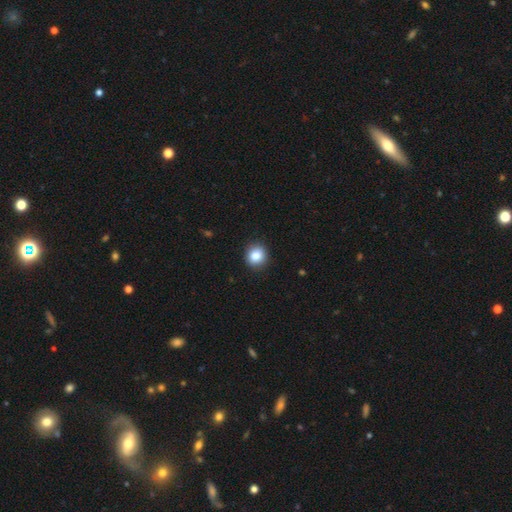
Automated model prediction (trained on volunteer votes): Smooth or featured? smooth (86%)
How rounded? round (83%)
Merging? none (91%)